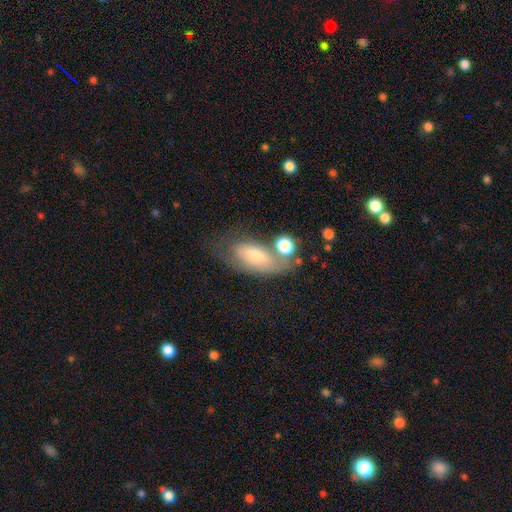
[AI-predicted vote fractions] Smooth or featured? smooth (61%)
How rounded? in between (86%)
Merging? none (39%)